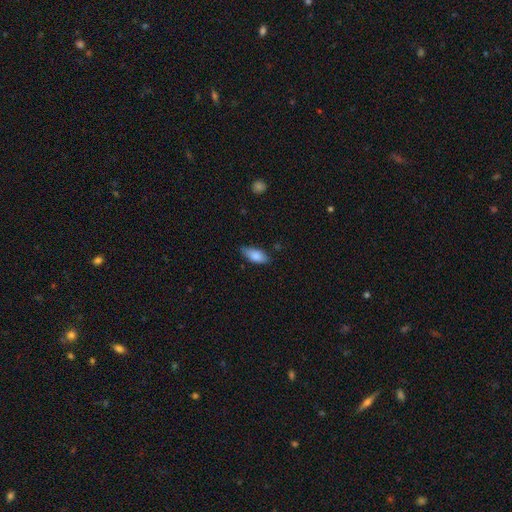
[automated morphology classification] type=smooth (84%); roundness=in between (84%); merging=none (73%).